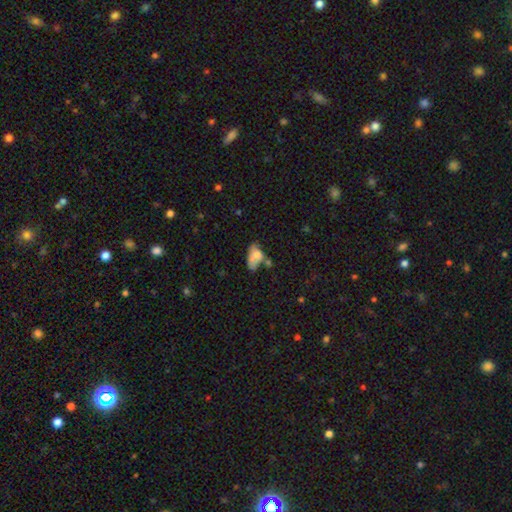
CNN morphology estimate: smooth 67%, featured or disk 23%, star or artifact 10%. Down the decision tree: how rounded — in between (89%); merging — merger (30%).